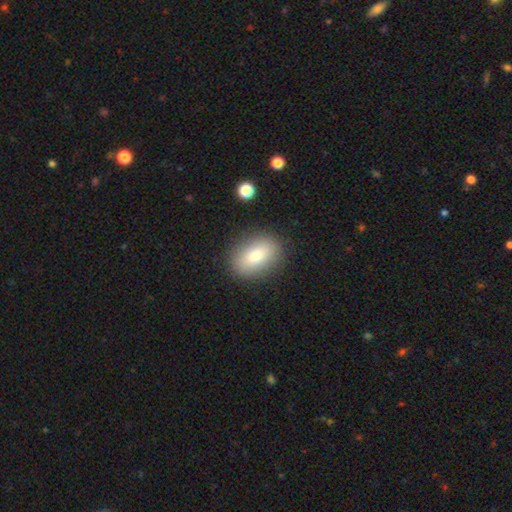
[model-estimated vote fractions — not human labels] The model was most divided on "how rounded": in between: 80%, round: 18%, cigar-shaped: 2%. More confident: merging — none (86%); smooth or featured — smooth (80%).